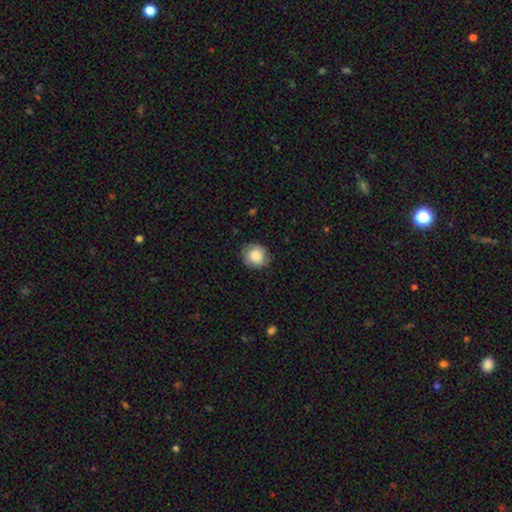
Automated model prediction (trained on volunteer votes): This appears to be a smooth galaxy with no disk features (84%) that is round (80%). Merging: none (79%).